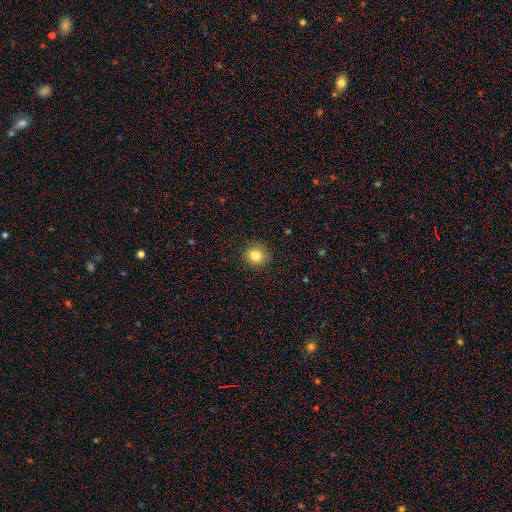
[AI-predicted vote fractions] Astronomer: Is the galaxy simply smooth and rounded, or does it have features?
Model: smooth — 82%.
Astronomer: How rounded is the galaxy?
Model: round — 83%.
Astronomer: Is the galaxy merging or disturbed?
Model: none — 87%.